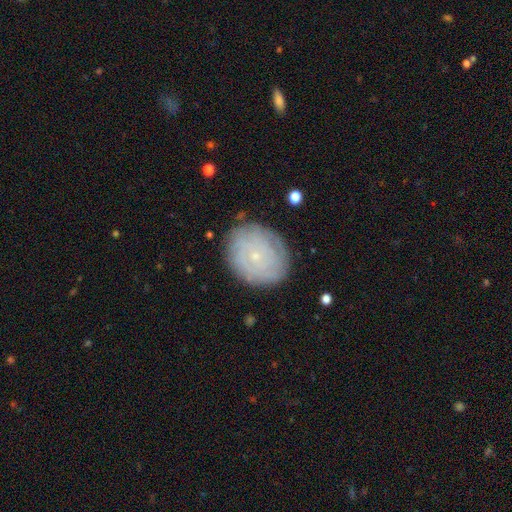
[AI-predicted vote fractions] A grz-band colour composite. It shows a featured or disk galaxy (55%) with no bar (86%), spiral arms (80%) and a small central bulge (87%). Merging: none (82%).